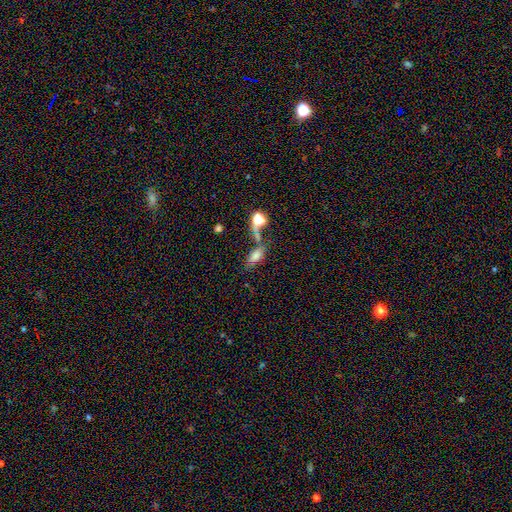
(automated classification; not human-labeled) Morphology: type=smooth (71%); roundness=in between (74%); merging=none (48%).